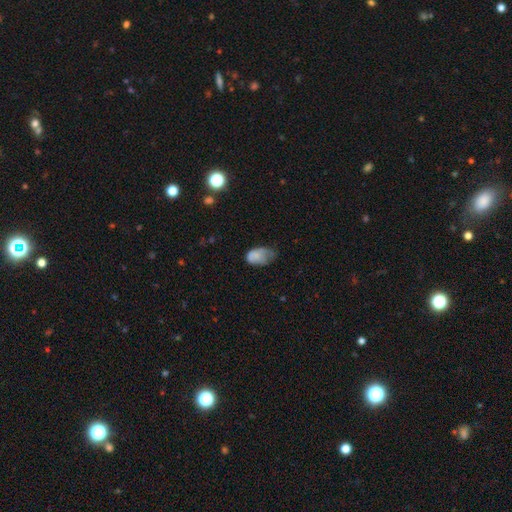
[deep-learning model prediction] smooth-or-featured: smooth: 74% | featured or disk: 16% | star or artifact: 10%
  how-rounded: in between: 89% | round: 9% | cigar-shaped: 2%
  merging: minor disturbance: 41% | major disturbance: 28% | none: 28% | merger: 3%